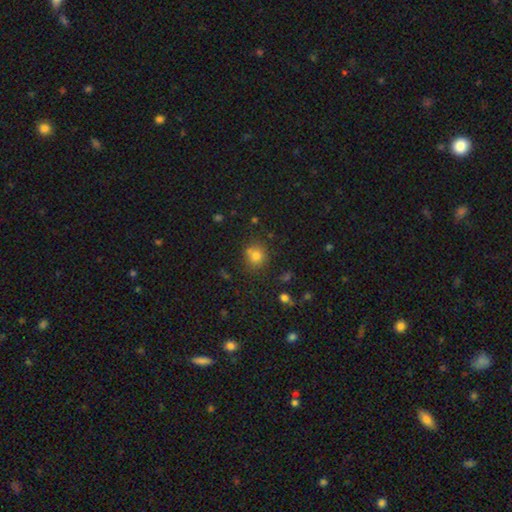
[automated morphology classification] A smooth galaxy with no disk features (76%) that is round (83%).

Vote fractions:
- Smooth or featured? smooth: 76% / star or artifact: 15% / featured or disk: 9%
- How rounded? round: 83% / in between: 16% / cigar-shaped: 1%
- Merging? none: 68% / merger: 15% / minor disturbance: 13% / major disturbance: 4%